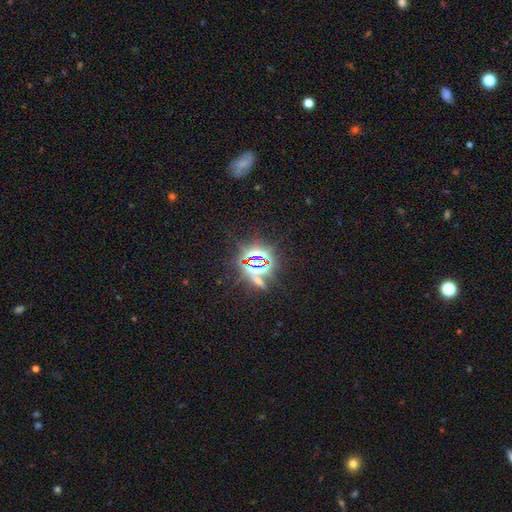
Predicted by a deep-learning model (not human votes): This appears to be a star or artifact, not a galaxy (81%).